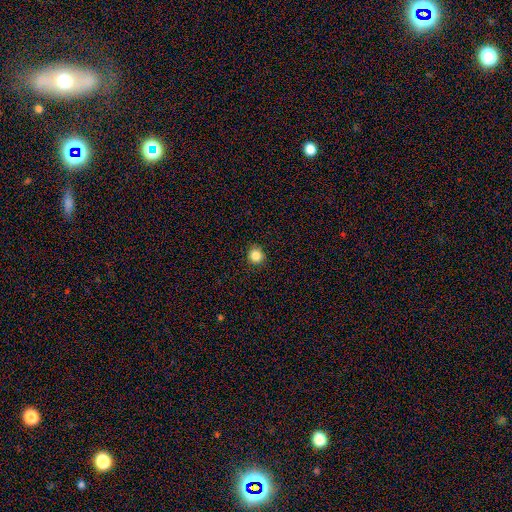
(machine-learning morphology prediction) Q: Smooth or featured?
A: smooth (86%); runner-up: star or artifact (11%)
Q: How rounded?
A: round (90%); runner-up: in between (9%)
Q: Merging?
A: none (91%); runner-up: minor disturbance (6%)